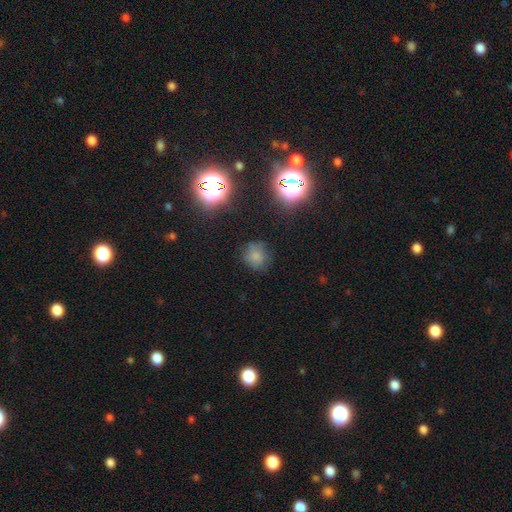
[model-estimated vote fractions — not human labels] A smooth galaxy with no disk features (69%) that is round (81%). Merging: none (74%).